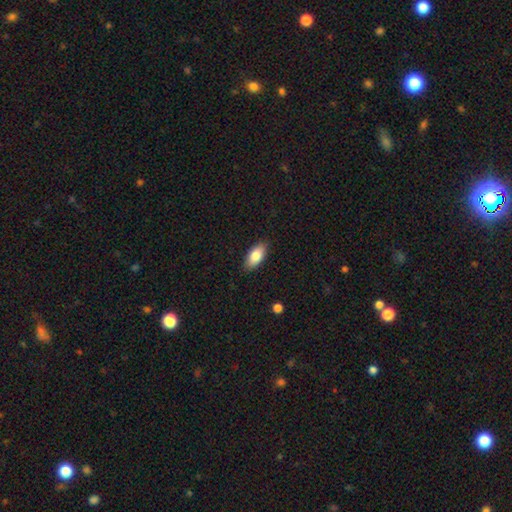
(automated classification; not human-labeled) A smooth galaxy with no disk features (83%) that is in between round and cigar-shaped (90%). Merging: none (87%).